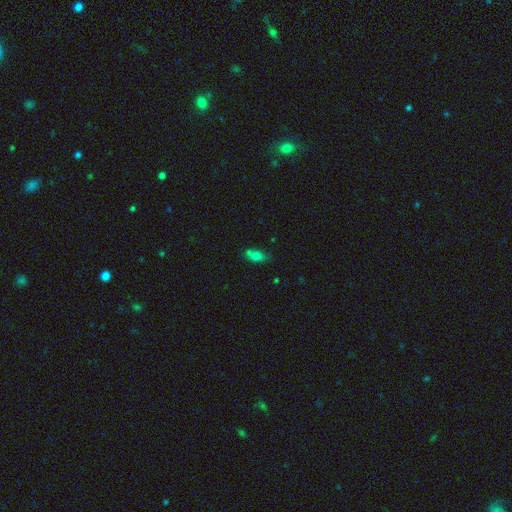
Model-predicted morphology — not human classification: Q: Smooth or featured?
A: smooth (70%); runner-up: featured or disk (16%)
Q: How rounded?
A: in between (77%); runner-up: cigar-shaped (12%)
Q: Merging?
A: none (51%); runner-up: merger (23%)